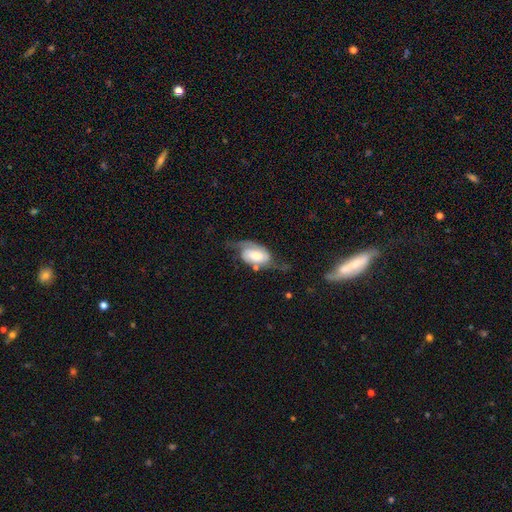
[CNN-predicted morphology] Smooth or featured? featured or disk (70%)
Edge-on disk? no (95%)
Bar? no (51%)
Spiral arms? yes (90%)
Spiral winding? loose (46%)
Spiral arm count? 2 (86%)
Bulge size? large (35%)
Merging? none (46%)